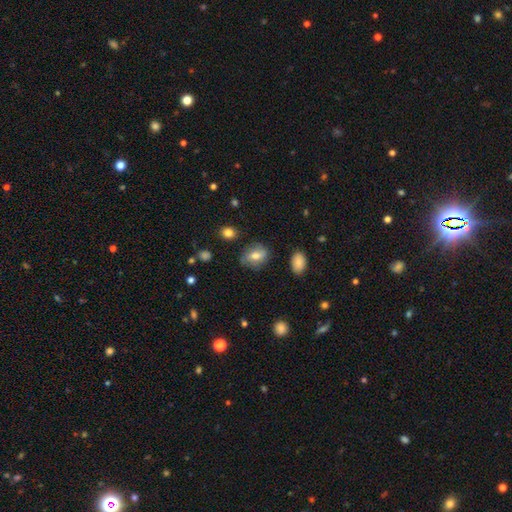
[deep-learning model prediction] smooth-or-featured: smooth: 59% | featured or disk: 32% | star or artifact: 10%
  how-rounded: in between: 66% | round: 32% | cigar-shaped: 2%
  merging: none: 71% | minor disturbance: 20% | major disturbance: 6% | merger: 2%